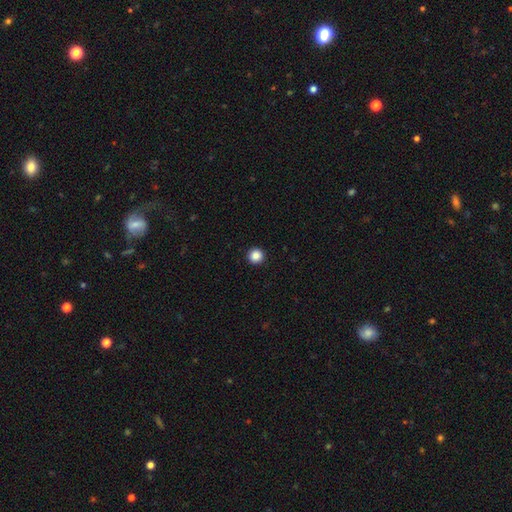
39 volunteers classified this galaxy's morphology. Smooth or featured?
  - smooth: 90% *
  - star or artifact: 8%
  - featured or disk: 3%
How rounded?
  - round: 94% *
  - in between: 6%
  - cigar-shaped: 0%
Merging?
  - none: 94% *
  - minor disturbance: 3%
  - major disturbance: 3%
  - merger: 0%